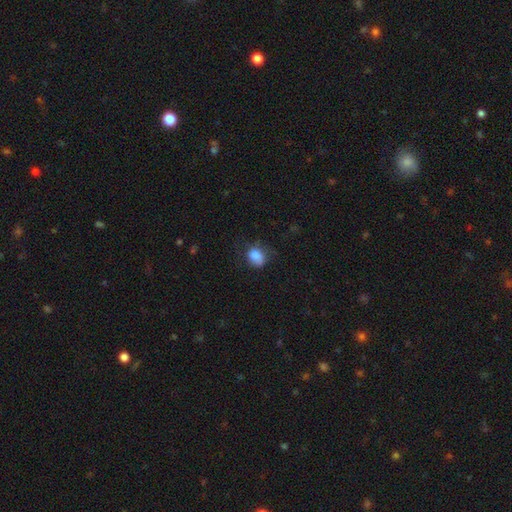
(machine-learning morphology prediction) The model was most divided on "merging": none: 48%, minor disturbance: 32%, major disturbance: 18%, merger: 2%. More confident: smooth or featured — smooth (82%); how rounded — in between (59%).